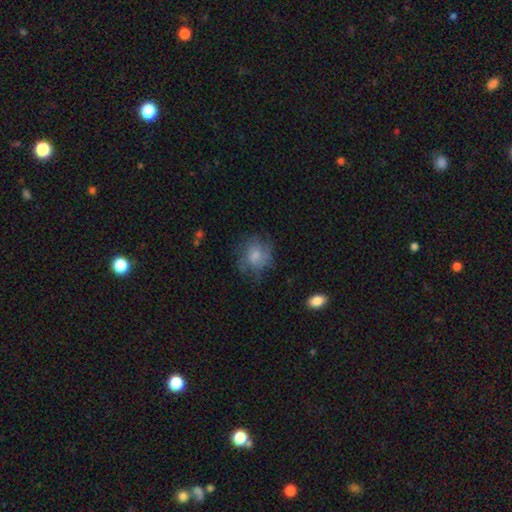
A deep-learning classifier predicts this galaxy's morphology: This appears to be a smooth galaxy with no disk features (59%) that is round (65%). Merging: none (53%).